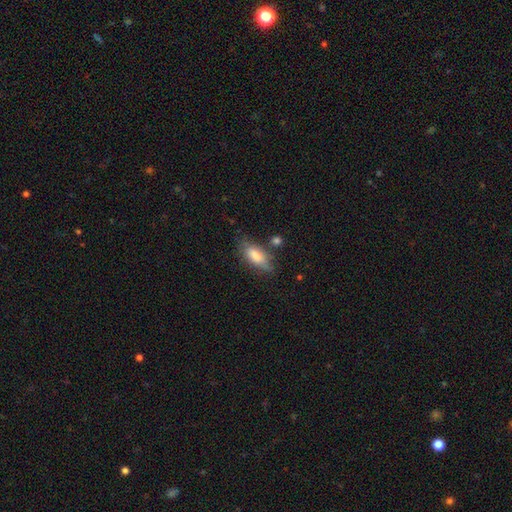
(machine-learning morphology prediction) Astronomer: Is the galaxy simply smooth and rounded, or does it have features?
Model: smooth — 75%.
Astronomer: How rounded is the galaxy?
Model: in between — 75%.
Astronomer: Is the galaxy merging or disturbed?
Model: none — 67%.